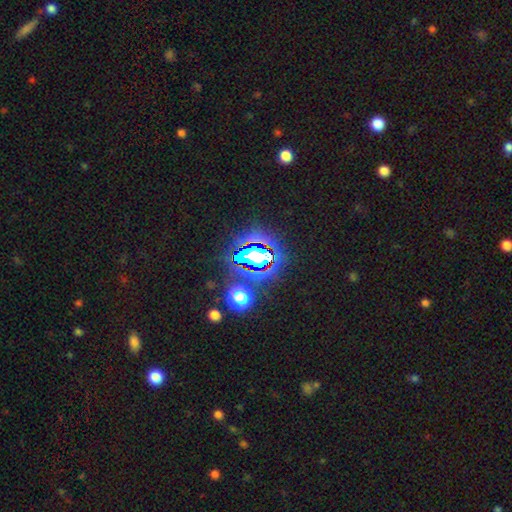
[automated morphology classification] smooth_or_featured: star or artifact (p=0.65) [alt: smooth p=0.22]